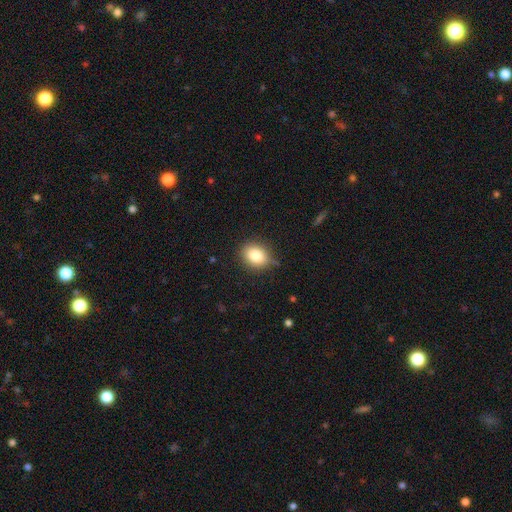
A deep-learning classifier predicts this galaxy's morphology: The model was most divided on "how rounded": round: 51%, in between: 48%, cigar-shaped: 1%. More confident: smooth or featured — smooth (83%); merging — none (78%).